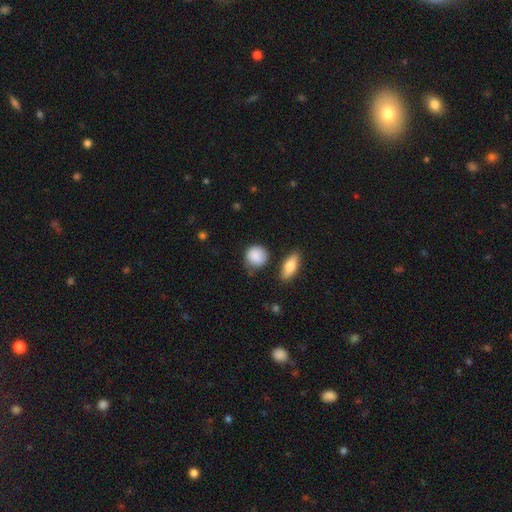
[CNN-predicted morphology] A smooth galaxy with no disk features (87%) that is round (83%).

Vote fractions:
- Smooth or featured? smooth: 87% / star or artifact: 7% / featured or disk: 6%
- How rounded? round: 83% / in between: 16% / cigar-shaped: 1%
- Merging? none: 68% / minor disturbance: 22% / major disturbance: 6% / merger: 4%